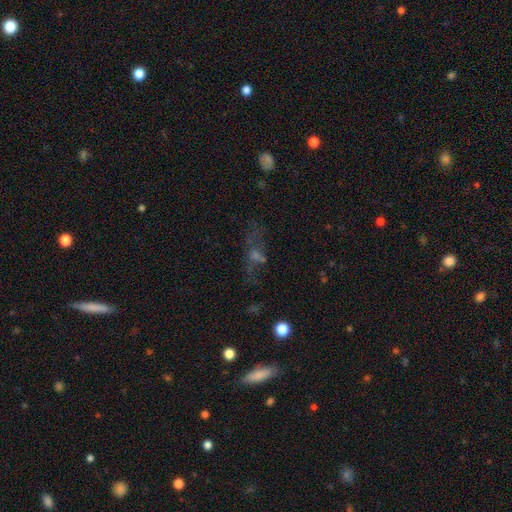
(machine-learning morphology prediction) The model was most divided on "smooth or featured": featured or disk: 40%, smooth: 33%, star or artifact: 28%. More confident: merging — none (51%).